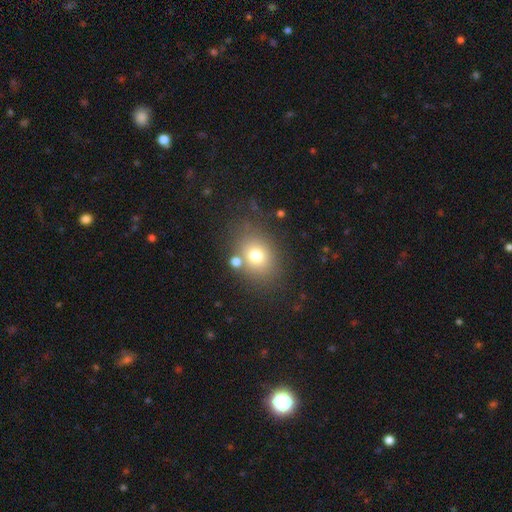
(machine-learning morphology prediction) smooth_or_featured: smooth (p=0.73) [alt: star or artifact p=0.14]
how_rounded: in between (p=0.50) [alt: round p=0.49]
merging: none (p=0.72) [alt: minor disturbance p=0.12]